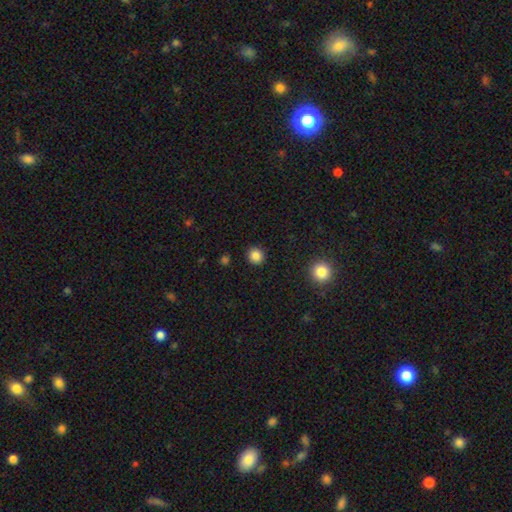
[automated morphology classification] Smooth or featured? smooth (85%)
How rounded? round (92%)
Merging? none (92%)